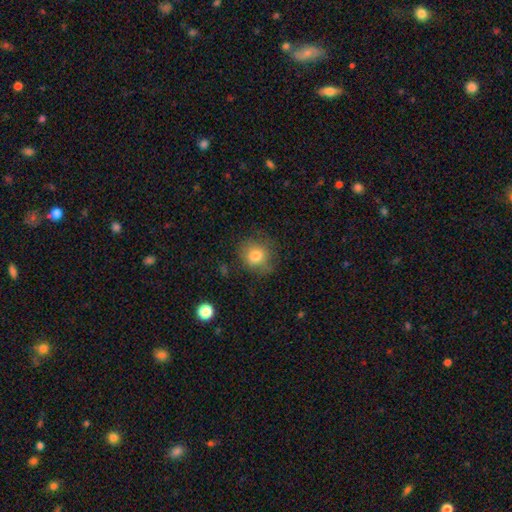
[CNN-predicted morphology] A smooth galaxy with no disk features (79%) that is round (78%).

Vote fractions:
- Smooth or featured? smooth: 79% / featured or disk: 11% / star or artifact: 10%
- How rounded? round: 78% / in between: 21% / cigar-shaped: 1%
- Merging? none: 71% / minor disturbance: 20% / major disturbance: 7% / merger: 2%